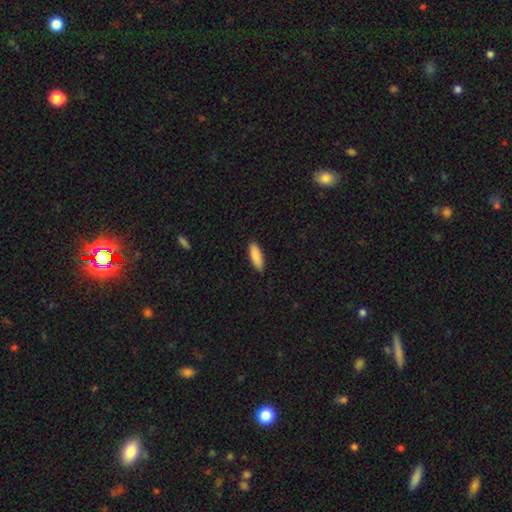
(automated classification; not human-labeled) smooth 89%, star or artifact 6%, featured or disk 5%. Down the decision tree: how rounded — in between (65%); merging — none (88%).